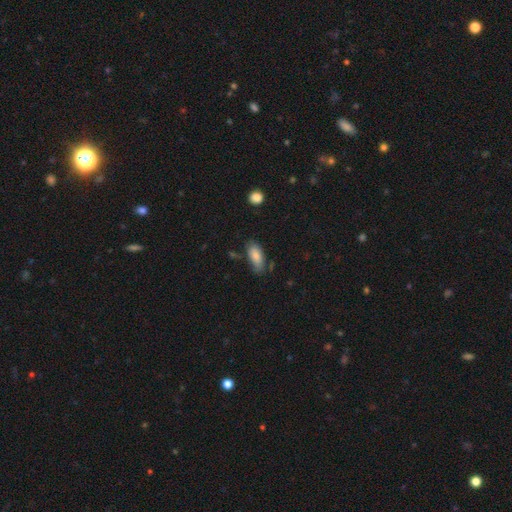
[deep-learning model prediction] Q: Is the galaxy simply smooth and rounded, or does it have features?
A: smooth — 80%.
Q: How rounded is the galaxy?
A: in between — 88%.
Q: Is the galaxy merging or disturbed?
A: none — 62%.